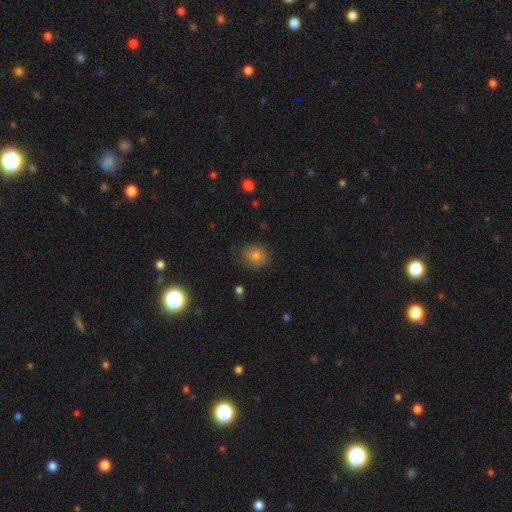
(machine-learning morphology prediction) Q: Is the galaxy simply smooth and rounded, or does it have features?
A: smooth — 76%.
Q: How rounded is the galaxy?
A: round — 82%.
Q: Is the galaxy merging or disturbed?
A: none — 86%.